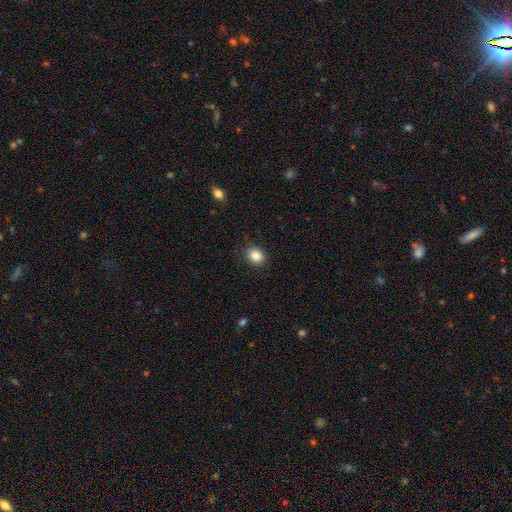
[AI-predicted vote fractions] Smooth or featured? smooth (85%)
How rounded? round (63%)
Merging? none (88%)